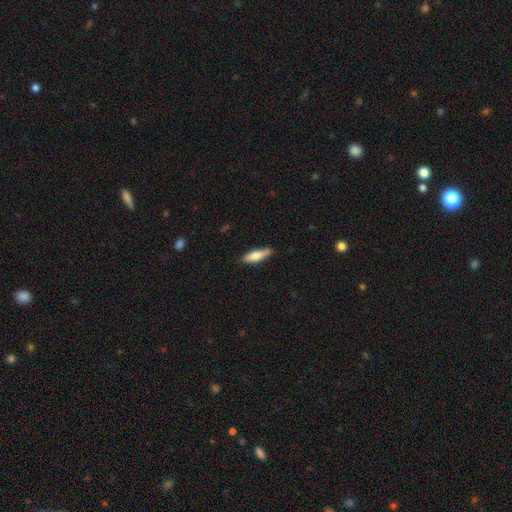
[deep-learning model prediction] Morphology: type=smooth (75%); roundness=cigar-shaped (56%); merging=none (79%).